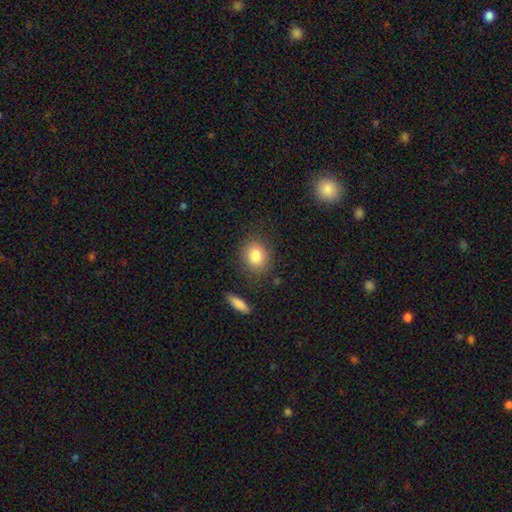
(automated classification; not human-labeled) Smooth or featured? Predicted: smooth (p=0.83). How rounded? Predicted: round (p=0.62). Merging? Predicted: none (p=0.81).